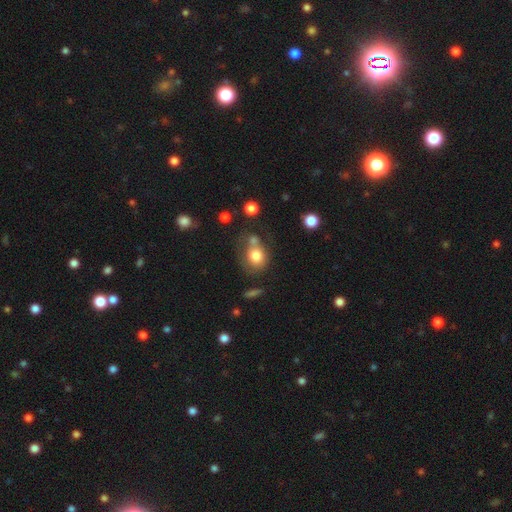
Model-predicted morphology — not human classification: Smooth or featured? smooth (77%)
How rounded? round (68%)
Merging? none (46%)